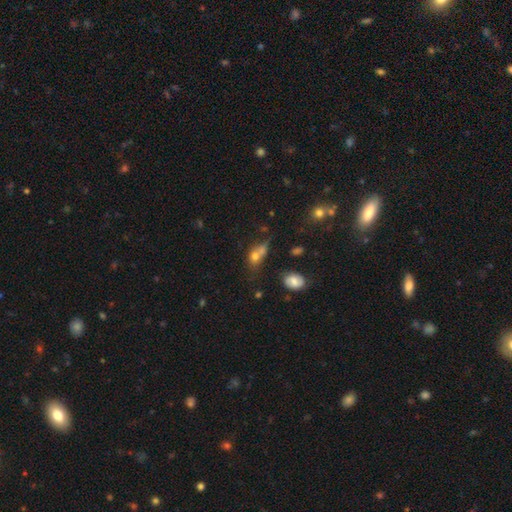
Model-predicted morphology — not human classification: smooth_or_featured: smooth (p=0.68) [alt: featured or disk p=0.17]
how_rounded: in between (p=0.57) [alt: round p=0.39]
merging: merger (p=0.41) [alt: none p=0.33]